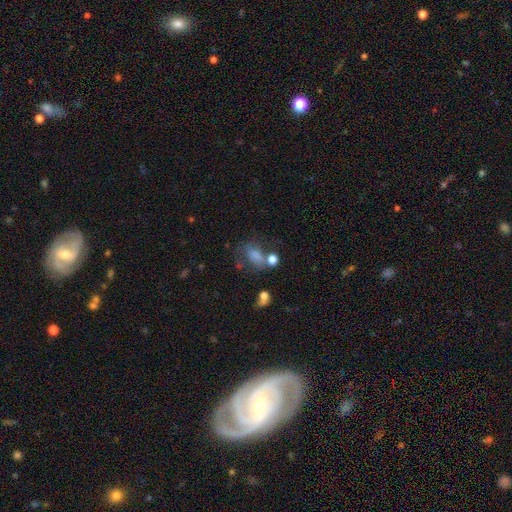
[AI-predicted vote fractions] Smooth or featured? smooth (68%)
How rounded? in between (77%)
Merging? none (37%)